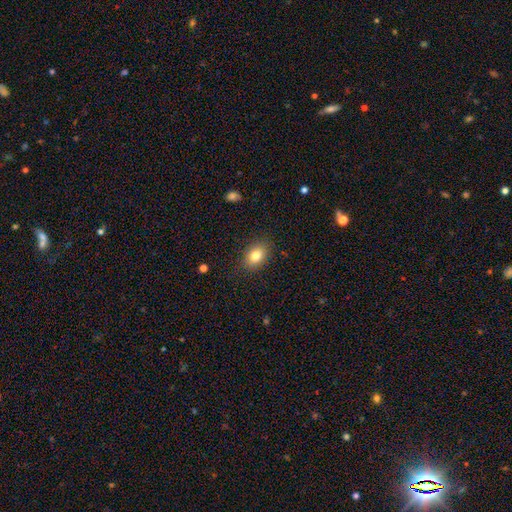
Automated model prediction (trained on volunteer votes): Q: Smooth or featured?
A: smooth (80%); runner-up: featured or disk (11%)
Q: How rounded?
A: in between (81%); runner-up: round (18%)
Q: Merging?
A: none (86%); runner-up: minor disturbance (10%)